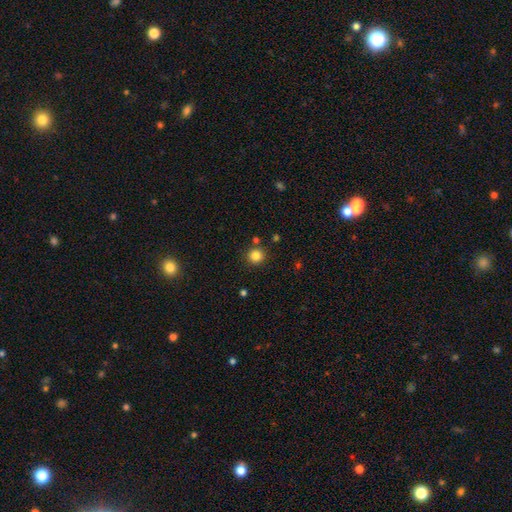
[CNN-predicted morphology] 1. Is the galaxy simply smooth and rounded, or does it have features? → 83% smooth, 12% star or artifact, 5% featured or disk.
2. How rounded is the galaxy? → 94% round, 5% in between, 1% cigar-shaped.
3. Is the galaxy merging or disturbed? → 86% none, 7% minor disturbance, 5% merger, 2% major disturbance.